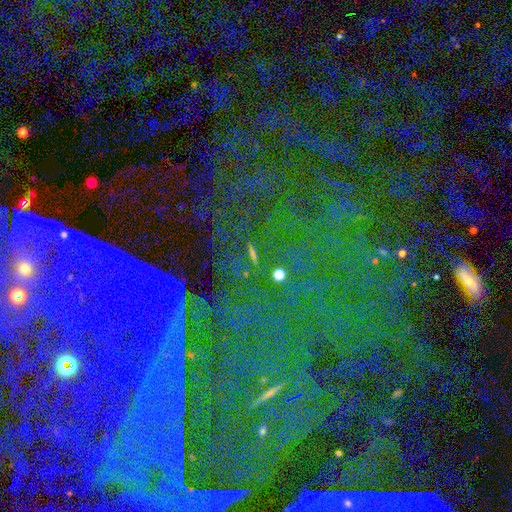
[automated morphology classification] This appears to be a star or artifact, not a galaxy (83%).